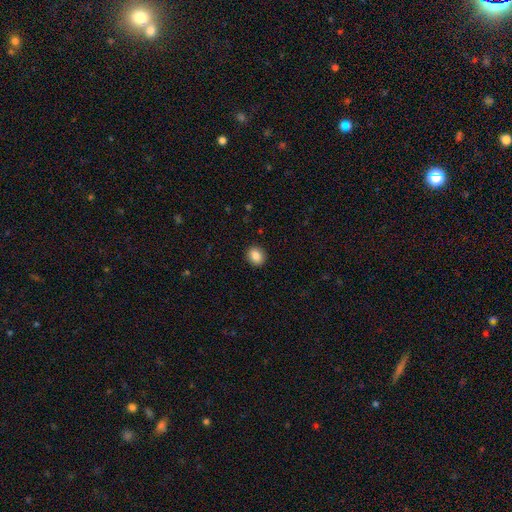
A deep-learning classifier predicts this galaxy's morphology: Smooth or featured? Predicted: smooth (p=0.86). How rounded? Predicted: round (p=0.67). Merging? Predicted: none (p=0.92).